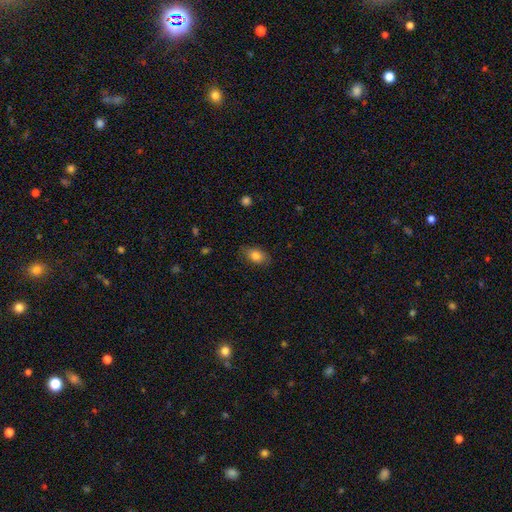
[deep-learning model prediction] Smooth or featured? Predicted: smooth (p=0.81). How rounded? Predicted: in between (p=0.83). Merging? Predicted: none (p=0.80).